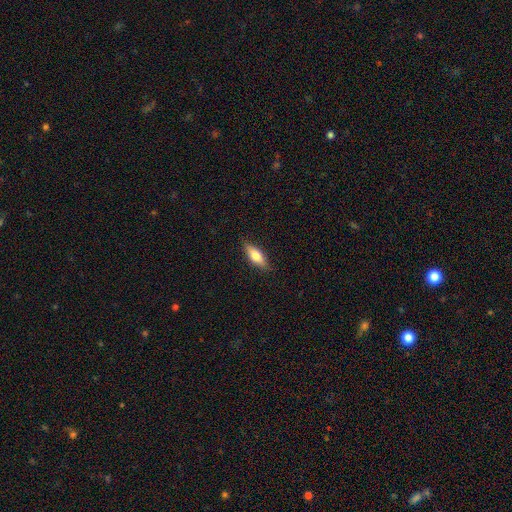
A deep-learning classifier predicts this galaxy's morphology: A smooth galaxy with no disk features (71%) that is in between round and cigar-shaped (68%).

Vote fractions:
- Smooth or featured? smooth: 71% / featured or disk: 23% / star or artifact: 6%
- How rounded? in between: 68% / cigar-shaped: 29% / round: 3%
- Merging? none: 85% / minor disturbance: 11% / major disturbance: 2% / merger: 1%